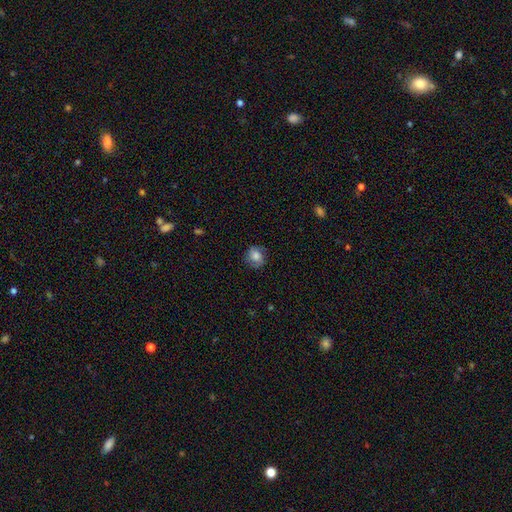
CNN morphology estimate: Smooth or featured: smooth — 70% (featured or disk — 20%)
How rounded: round — 76% (in between — 23%)
Merging: none — 78% (minor disturbance — 17%)